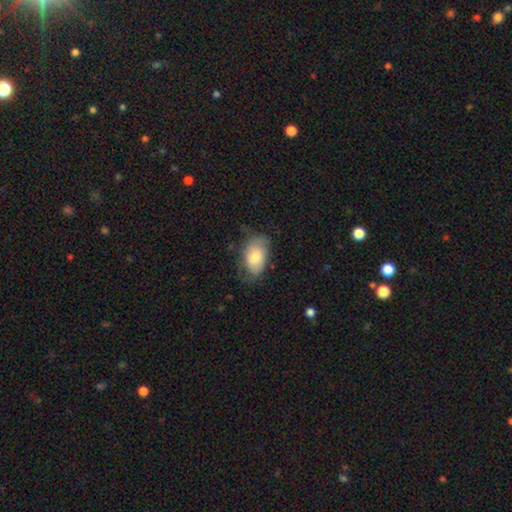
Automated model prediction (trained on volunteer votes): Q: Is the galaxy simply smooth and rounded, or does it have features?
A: smooth — 74%.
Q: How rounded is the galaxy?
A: in between — 92%.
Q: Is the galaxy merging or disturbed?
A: none — 63%.